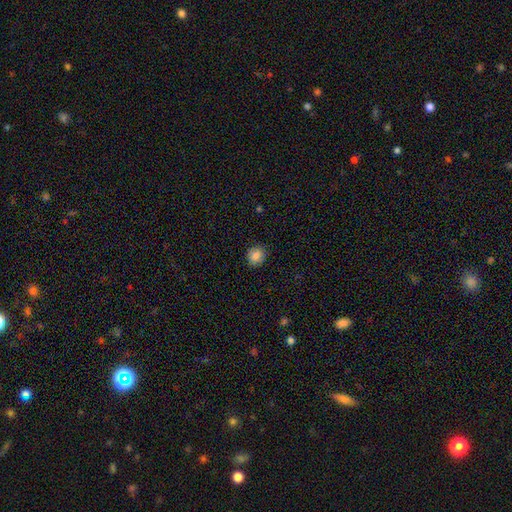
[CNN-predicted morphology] The model was most divided on "how rounded": round: 76%, in between: 23%, cigar-shaped: 1%. More confident: merging — none (88%); smooth or featured — smooth (86%).